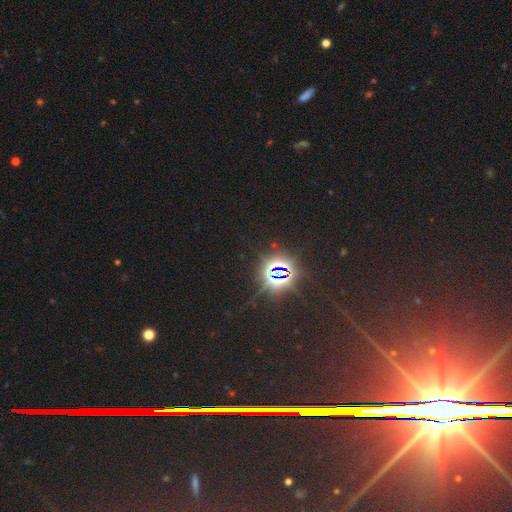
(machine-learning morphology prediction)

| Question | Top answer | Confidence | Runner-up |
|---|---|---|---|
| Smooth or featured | star or artifact | 72% | smooth (16%) |